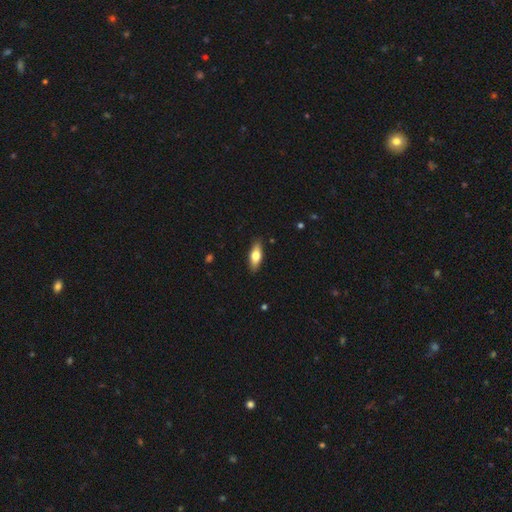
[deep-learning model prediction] smooth_or_featured: smooth (p=0.65) [alt: featured or disk p=0.29]
how_rounded: in between (p=0.67) [alt: cigar-shaped p=0.31]
merging: none (p=0.88) [alt: minor disturbance p=0.09]